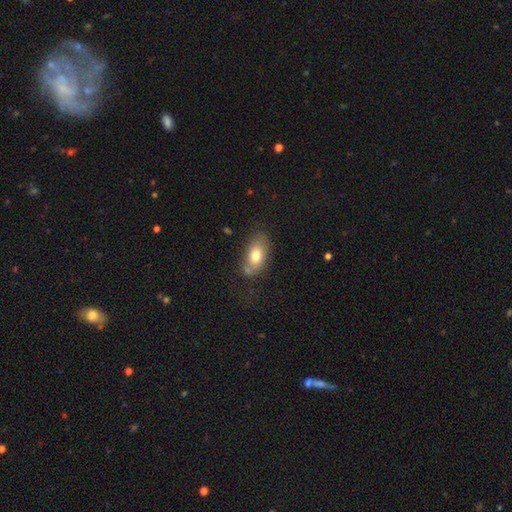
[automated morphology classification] smooth-or-featured: smooth: 74% | featured or disk: 18% | star or artifact: 8%
  how-rounded: in between: 89% | round: 7% | cigar-shaped: 4%
  merging: none: 64% | minor disturbance: 20% | merger: 9% | major disturbance: 7%